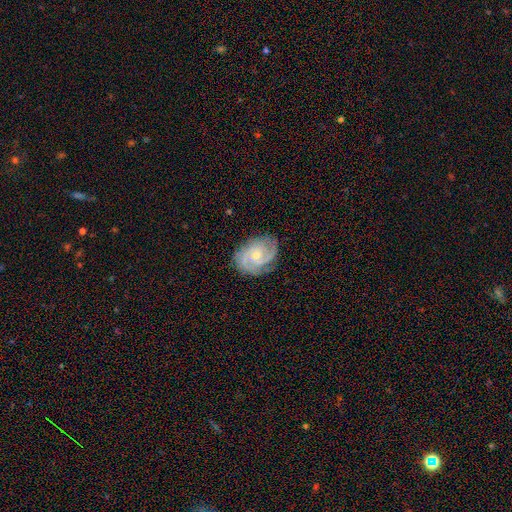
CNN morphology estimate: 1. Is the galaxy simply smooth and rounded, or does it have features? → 87% featured or disk, 8% smooth, 5% star or artifact.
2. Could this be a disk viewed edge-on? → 98% no, 2% yes.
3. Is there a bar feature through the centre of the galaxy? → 72% no, 24% weak, 4% strong.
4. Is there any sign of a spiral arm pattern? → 97% yes, 3% no.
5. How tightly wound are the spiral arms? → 62% tight, 32% medium, 6% loose.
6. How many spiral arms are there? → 37% 2, 32% 3, 15% can't tell, 7% 4, 5% 1, 5% more than 4.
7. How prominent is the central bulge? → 59% small, 38% moderate, 1% large, 1% none, 1% dominant.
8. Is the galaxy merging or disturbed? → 78% none, 16% minor disturbance, 5% major disturbance, 1% merger.